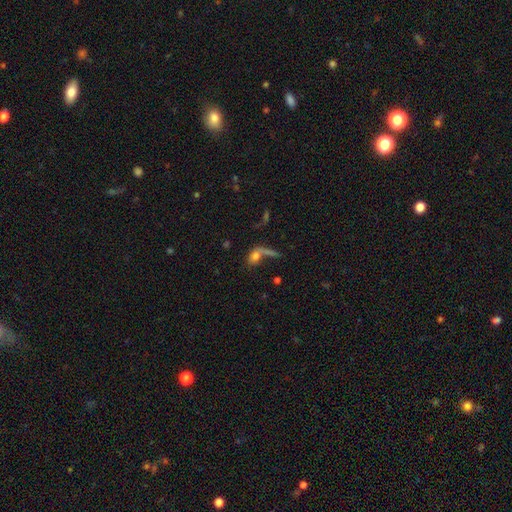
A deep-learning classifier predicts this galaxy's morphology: type=featured or disk (39%); merging=merger (30%, tied with major disturbance).